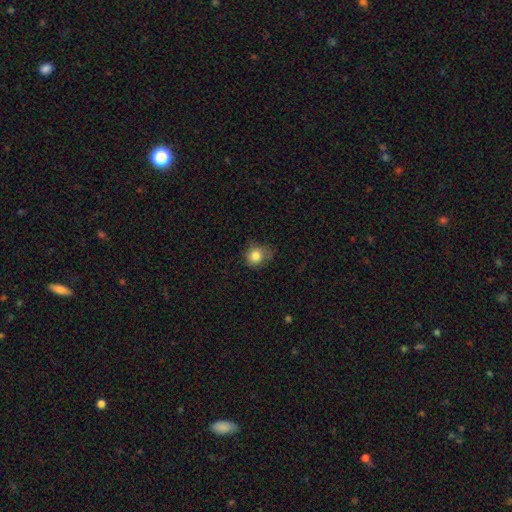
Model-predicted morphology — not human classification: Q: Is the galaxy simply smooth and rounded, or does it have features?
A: smooth — 81%.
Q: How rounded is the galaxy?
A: round — 69%.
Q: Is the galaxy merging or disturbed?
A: none — 58%.